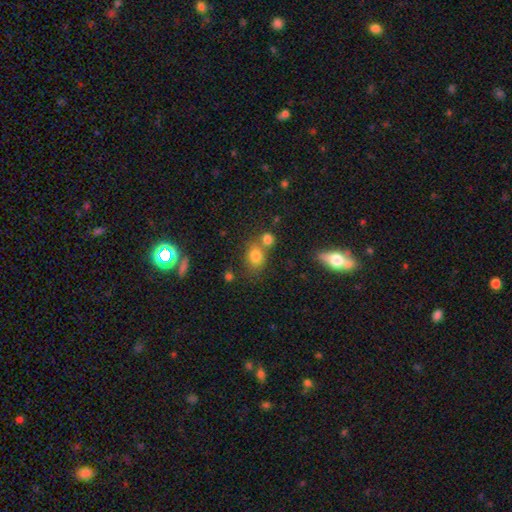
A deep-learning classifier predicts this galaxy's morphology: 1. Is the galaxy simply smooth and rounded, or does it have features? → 78% smooth, 13% star or artifact, 9% featured or disk.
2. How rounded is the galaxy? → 55% in between, 43% round, 2% cigar-shaped.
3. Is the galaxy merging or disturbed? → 52% none, 29% merger, 13% minor disturbance, 6% major disturbance.